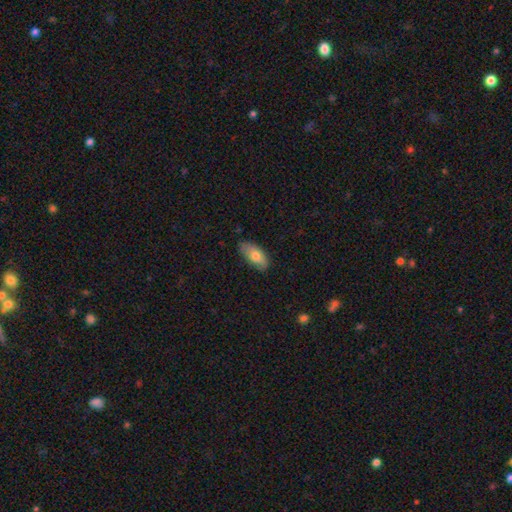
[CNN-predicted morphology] This is likely a smooth galaxy (73%). How rounded: clearly in between (89%). Merging: likely none (75%).